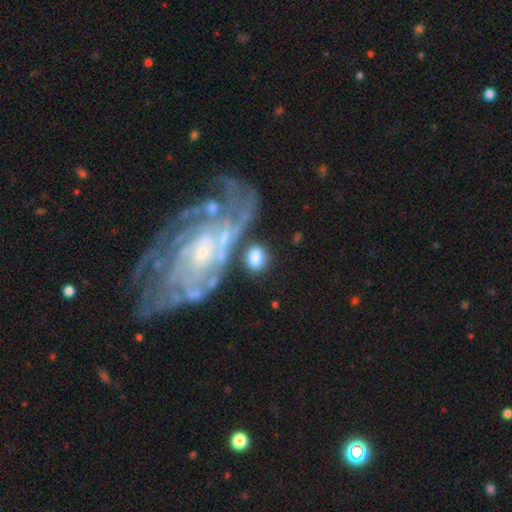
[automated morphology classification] Smooth or featured?
  - smooth: 74% *
  - featured or disk: 19%
  - star or artifact: 6%
How rounded?
  - in between: 52% *
  - round: 45%
  - cigar-shaped: 3%
Merging?
  - none: 65% *
  - minor disturbance: 15%
  - merger: 12%
  - major disturbance: 8%